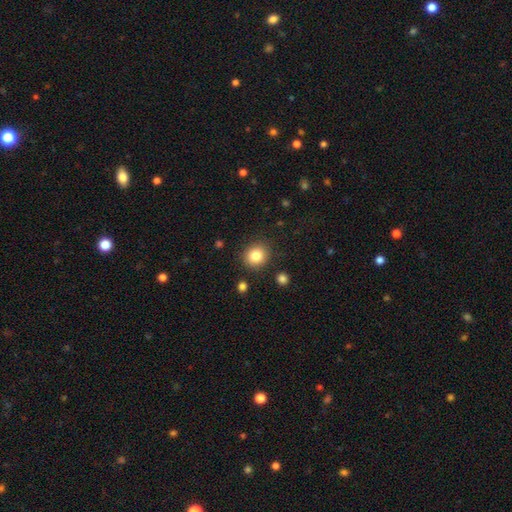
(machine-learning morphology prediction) A smooth galaxy with no disk features (83%) that is round (82%). Merging: none (88%).